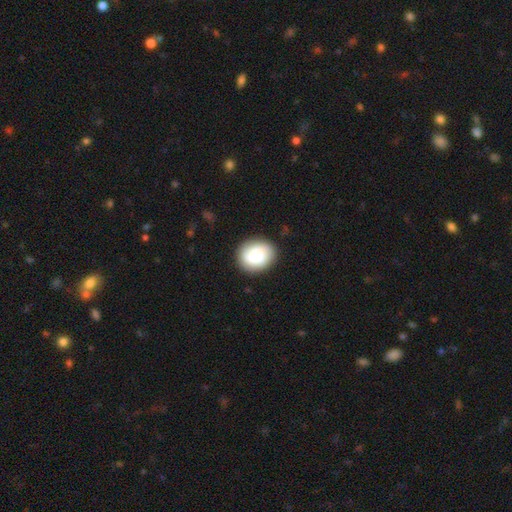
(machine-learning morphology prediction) Smooth or featured? smooth (68%)
How rounded? round (61%)
Merging? none (83%)